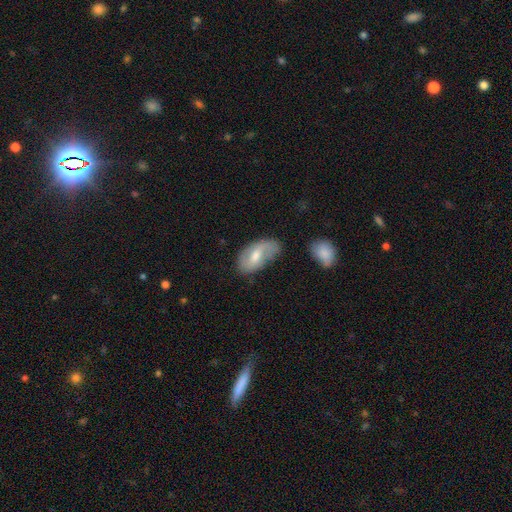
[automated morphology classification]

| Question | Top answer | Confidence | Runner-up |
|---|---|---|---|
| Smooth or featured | smooth | 48% | featured or disk (46%) |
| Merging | none | 56% | minor disturbance (29%) |